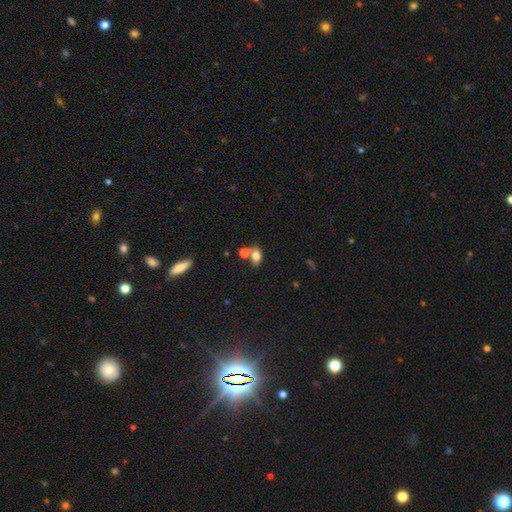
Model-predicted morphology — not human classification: Smooth or featured: smooth — 79% (featured or disk — 11%)
How rounded: in between — 80% (round — 18%)
Merging: none — 46% (merger — 38%)